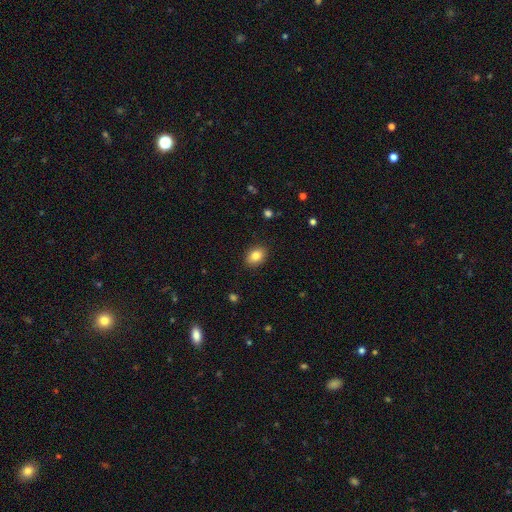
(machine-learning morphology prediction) Q: Smooth or featured?
A: smooth (84%); runner-up: star or artifact (8%)
Q: How rounded?
A: in between (75%); runner-up: round (24%)
Q: Merging?
A: none (89%); runner-up: minor disturbance (8%)